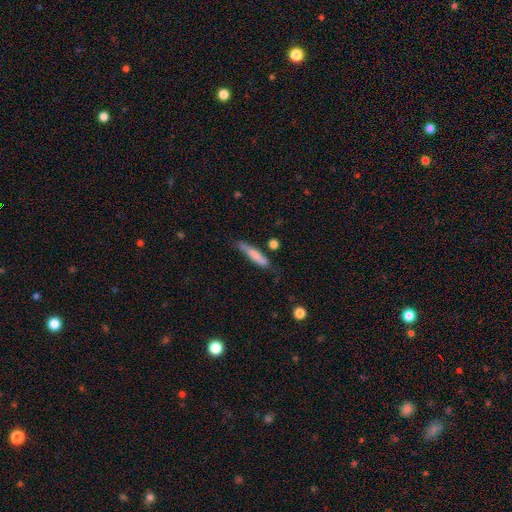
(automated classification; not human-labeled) Smooth or featured?
  - smooth: 73% *
  - featured or disk: 20%
  - star or artifact: 6%
How rounded?
  - cigar-shaped: 86% *
  - in between: 13%
  - round: 2%
Merging?
  - none: 57% *
  - minor disturbance: 29%
  - major disturbance: 8%
  - merger: 6%